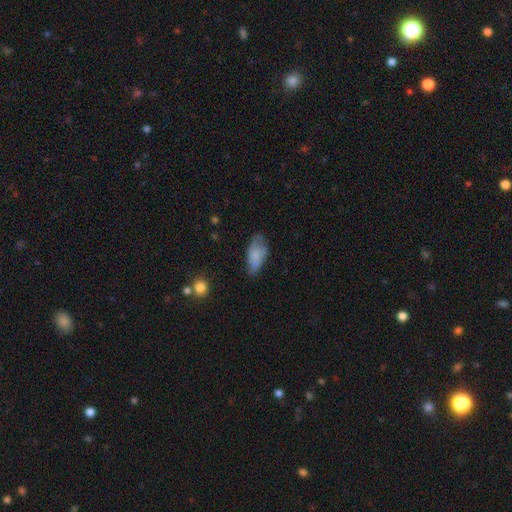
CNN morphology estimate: A smooth galaxy with no disk features (74%) that is in between round and cigar-shaped (90%).

Vote fractions:
- Smooth or featured? smooth: 74% / featured or disk: 18% / star or artifact: 8%
- How rounded? in between: 90% / cigar-shaped: 7% / round: 3%
- Merging? none: 51% / minor disturbance: 34% / major disturbance: 12% / merger: 3%